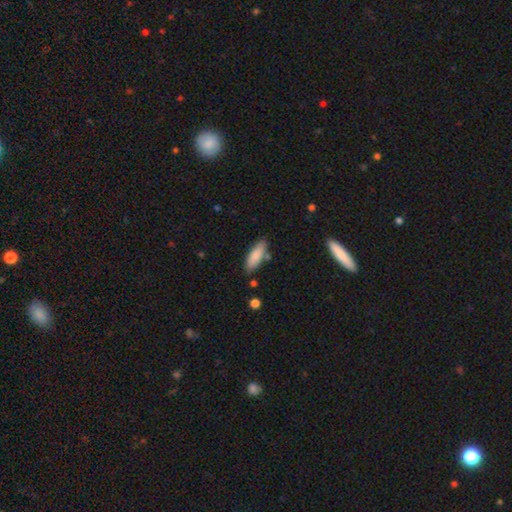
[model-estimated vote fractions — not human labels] Overall: smooth (85%). How rounded: in between (65%; cigar-shaped 33%). Merging: none (80%).